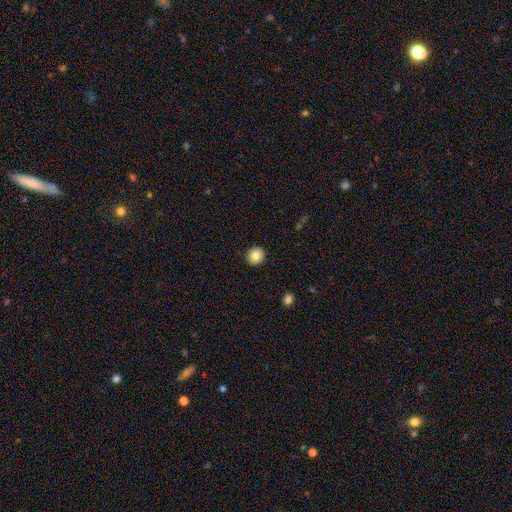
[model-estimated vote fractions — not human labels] smooth-or-featured: smooth: 83% | star or artifact: 9% | featured or disk: 8%
  how-rounded: round: 90% | in between: 9% | cigar-shaped: 1%
  merging: none: 92% | minor disturbance: 5% | major disturbance: 2% | merger: 1%